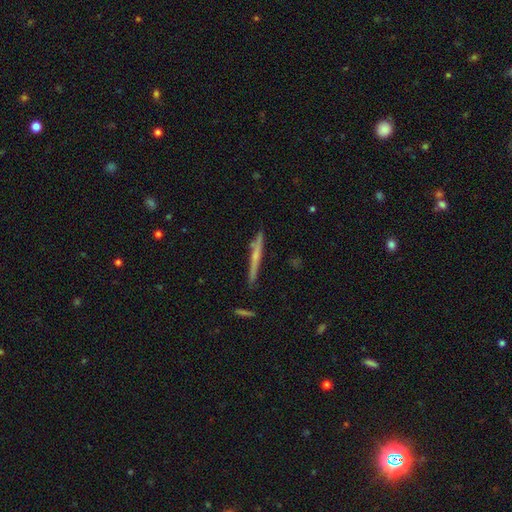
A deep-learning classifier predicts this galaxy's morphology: A featured or disk galaxy (57%) viewed edge-on (96%) with no central bulge (52%). Merging: none (84%).